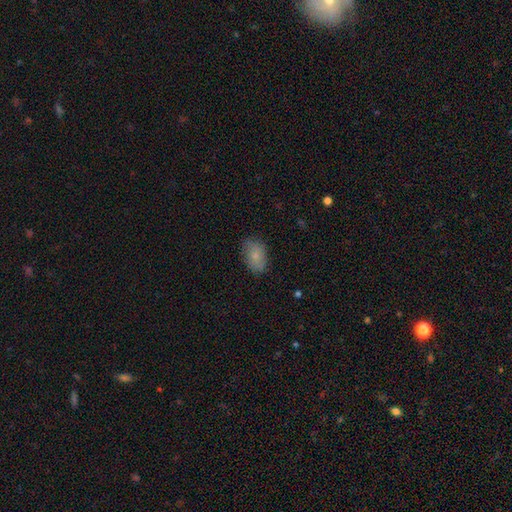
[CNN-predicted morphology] smooth 80%, featured or disk 13%, star or artifact 8%. Down the decision tree: how rounded — in between (90%); merging — none (80%).